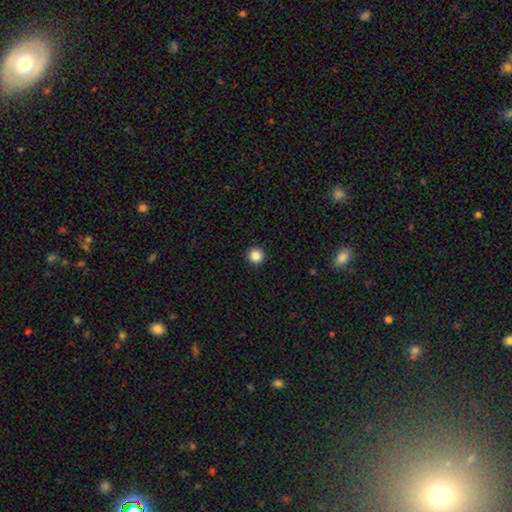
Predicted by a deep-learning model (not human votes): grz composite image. It shows a smooth galaxy with no disk features (86%) that is round (97%). Merging: none (94%).